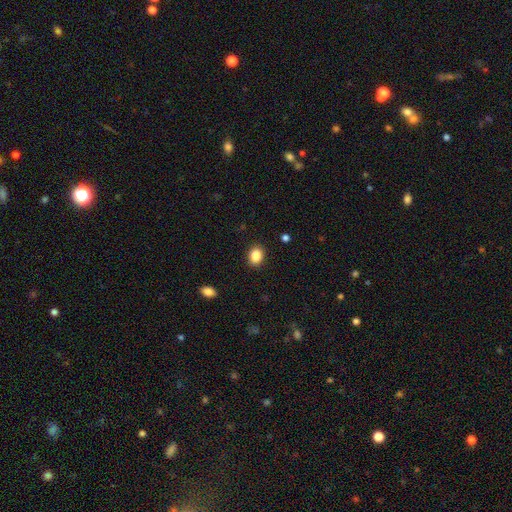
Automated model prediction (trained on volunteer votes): A smooth galaxy with no disk features (87%) that is in between round and cigar-shaped (57%).

Vote fractions:
- Smooth or featured? smooth: 87% / star or artifact: 9% / featured or disk: 4%
- How rounded? in between: 57% / round: 42% / cigar-shaped: 1%
- Merging? none: 89% / minor disturbance: 8% / major disturbance: 2% / merger: 1%